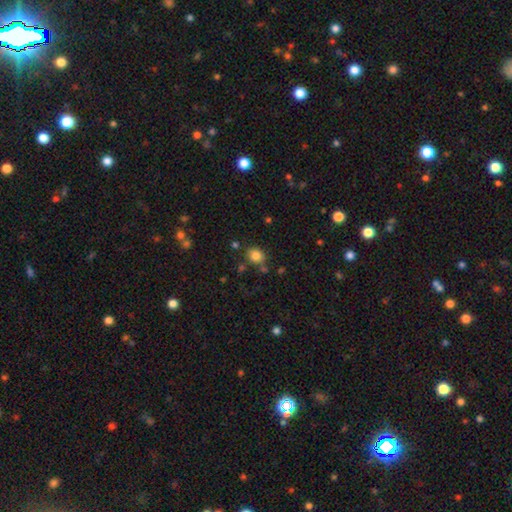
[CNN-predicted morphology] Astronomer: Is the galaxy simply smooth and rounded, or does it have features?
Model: smooth — 82%.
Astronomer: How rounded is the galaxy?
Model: round — 64%.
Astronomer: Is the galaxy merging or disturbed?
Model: none — 75%.